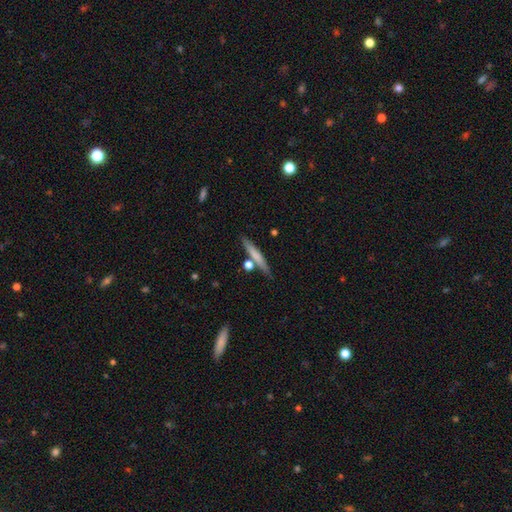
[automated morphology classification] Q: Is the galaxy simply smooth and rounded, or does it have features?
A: smooth — 66%.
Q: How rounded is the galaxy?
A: cigar-shaped — 91%.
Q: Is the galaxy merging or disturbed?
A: none — 78%.